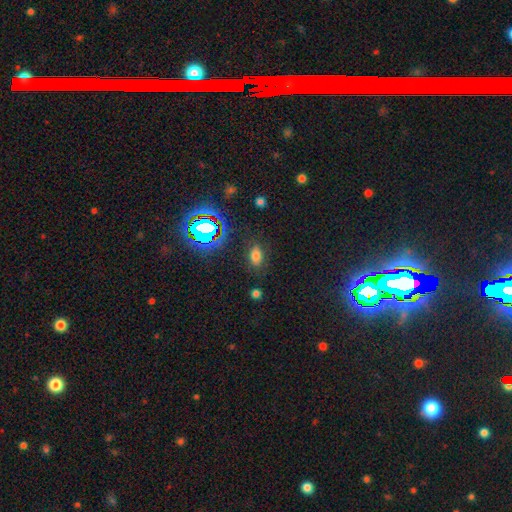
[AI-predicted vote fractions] smooth_or_featured: smooth (p=0.65) [alt: star or artifact p=0.26]
how_rounded: in between (p=0.86) [alt: round p=0.11]
merging: none (p=0.81) [alt: minor disturbance p=0.12]